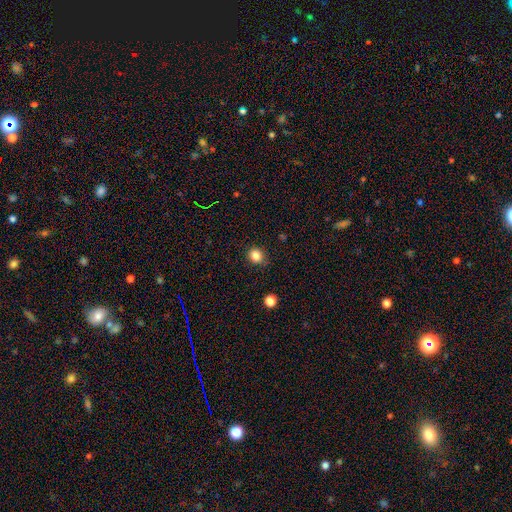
This appears to be a smooth galaxy with no disk features (92%) that is round (74%). Merging: none (92%).